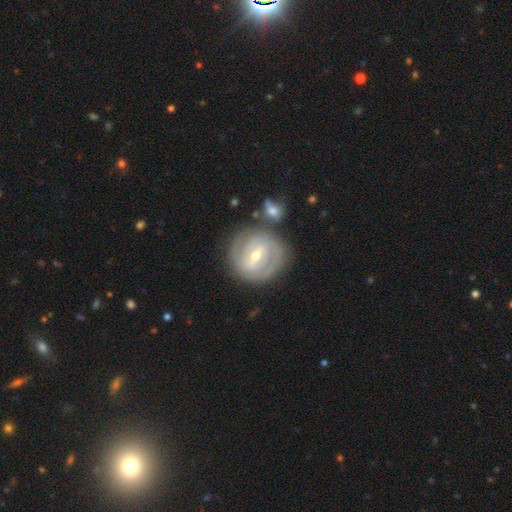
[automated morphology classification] Smooth or featured: featured or disk — 83% (smooth — 12%)
Edge-on disk: no — 97% (yes — 3%)
Bar: weak — 48% (strong — 37%)
Spiral arms: yes — 92% (no — 8%)
Spiral winding: tight — 70% (medium — 25%)
Spiral arm count: 2 — 50% (can't tell — 23%)
Bulge size: moderate — 52% (small — 45%)
Merging: none — 74% (minor disturbance — 12%)